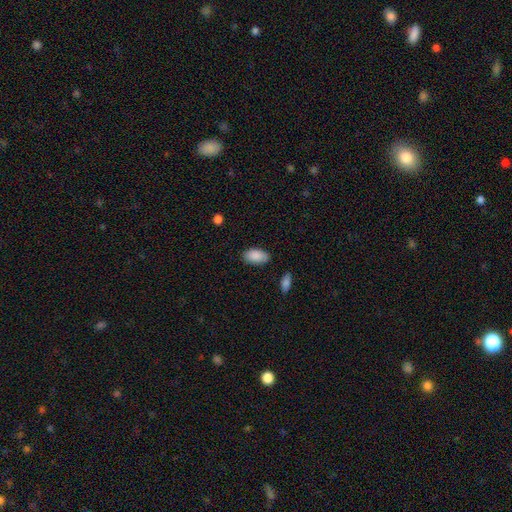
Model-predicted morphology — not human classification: smooth-or-featured: smooth: 89% | star or artifact: 6% | featured or disk: 5%
  how-rounded: in between: 95% | round: 3% | cigar-shaped: 2%
  merging: none: 82% | minor disturbance: 14% | major disturbance: 3% | merger: 2%